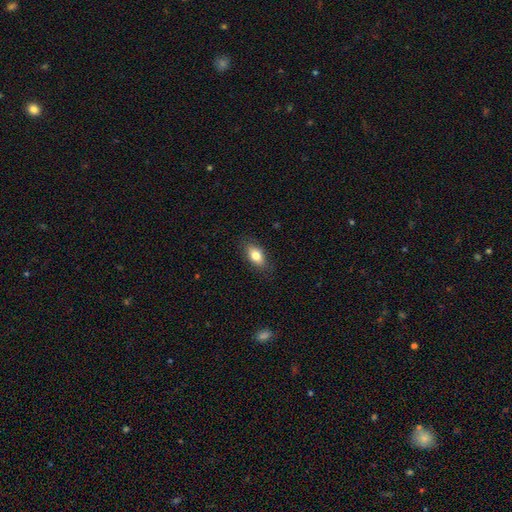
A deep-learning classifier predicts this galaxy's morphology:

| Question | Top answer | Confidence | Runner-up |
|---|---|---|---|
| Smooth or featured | smooth | 80% | featured or disk (12%) |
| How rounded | in between | 86% | cigar-shaped (8%) |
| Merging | none | 84% | minor disturbance (12%) |